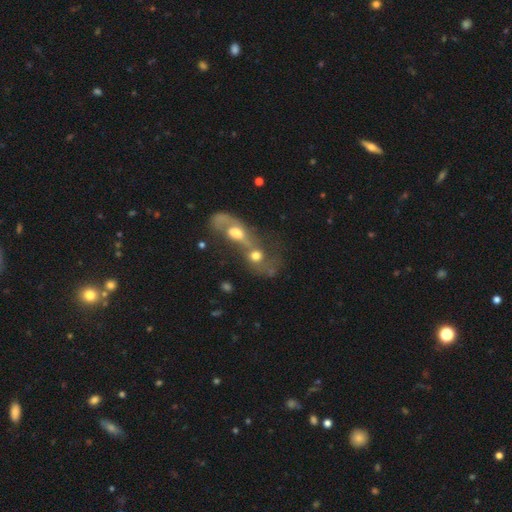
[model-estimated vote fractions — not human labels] Q: Smooth or featured?
A: smooth (50%); runner-up: featured or disk (36%)
Q: Merging?
A: merger (72%); runner-up: none (12%)